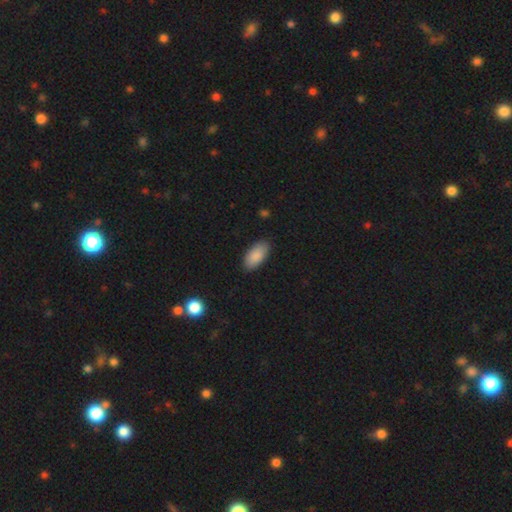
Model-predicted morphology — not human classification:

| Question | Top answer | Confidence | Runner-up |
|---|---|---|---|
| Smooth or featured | smooth | 88% | star or artifact (6%) |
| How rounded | in between | 93% | cigar-shaped (5%) |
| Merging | none | 86% | minor disturbance (11%) |